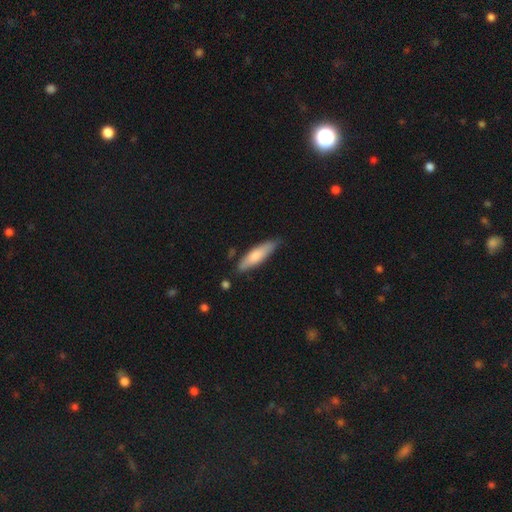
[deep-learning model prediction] smooth-or-featured: smooth: 74% | featured or disk: 21% | star or artifact: 5%
  how-rounded: cigar-shaped: 67% | in between: 32% | round: 1%
  merging: none: 79% | minor disturbance: 16% | major disturbance: 3% | merger: 2%